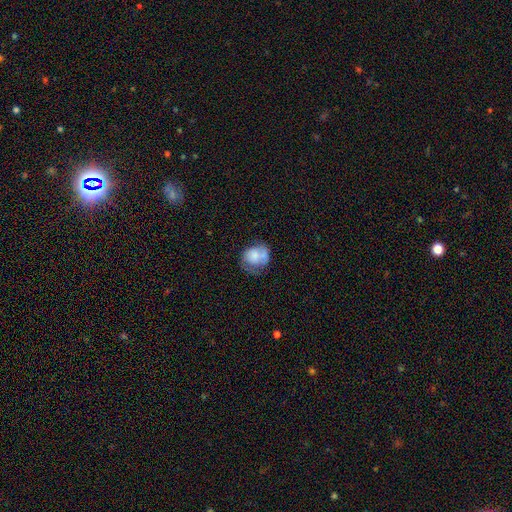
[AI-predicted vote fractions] A smooth galaxy with no disk features (61%) that is round (63%).

Vote fractions:
- Smooth or featured? smooth: 61% / featured or disk: 31% / star or artifact: 8%
- How rounded? round: 63% / in between: 36% / cigar-shaped: 1%
- Merging? none: 37% / minor disturbance: 29% / major disturbance: 21% / merger: 14%